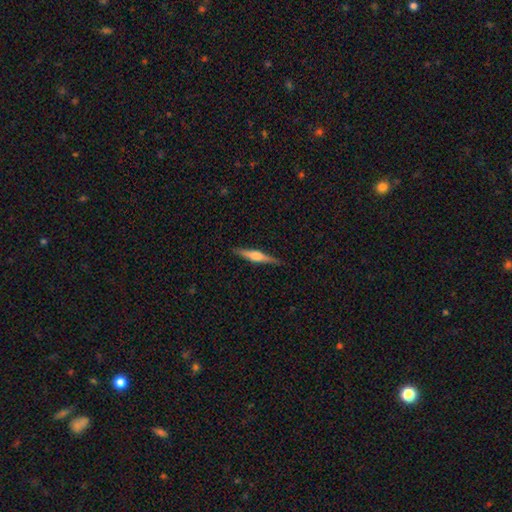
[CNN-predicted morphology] Smooth or featured: featured or disk — 61% (smooth — 33%)
Edge-on disk: yes — 98% (no — 2%)
Edge-on bulge: rounded — 74% (boxy — 18%)
Merging: none — 89% (minor disturbance — 8%)